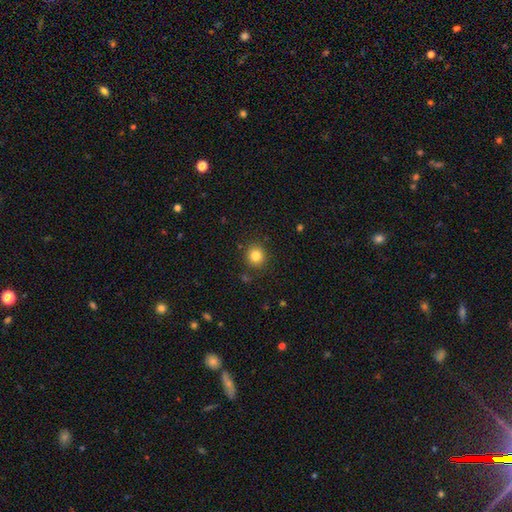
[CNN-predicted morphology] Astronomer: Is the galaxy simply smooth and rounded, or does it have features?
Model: smooth — 83%.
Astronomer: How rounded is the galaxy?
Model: round — 90%.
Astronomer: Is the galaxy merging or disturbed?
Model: none — 88%.